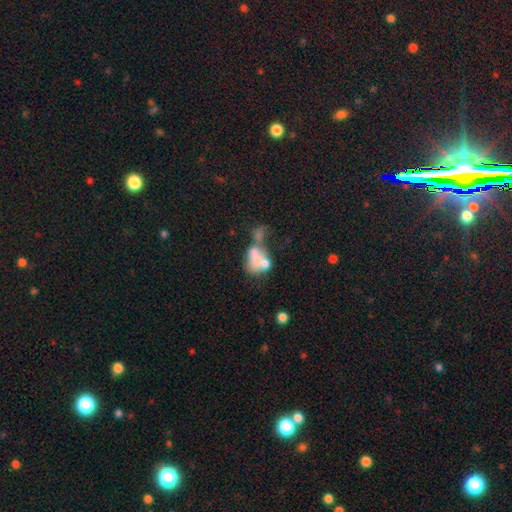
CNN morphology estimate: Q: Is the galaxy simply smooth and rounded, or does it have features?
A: smooth — 53%.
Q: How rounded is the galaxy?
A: in between — 71%.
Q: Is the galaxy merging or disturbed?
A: merger — 58%.